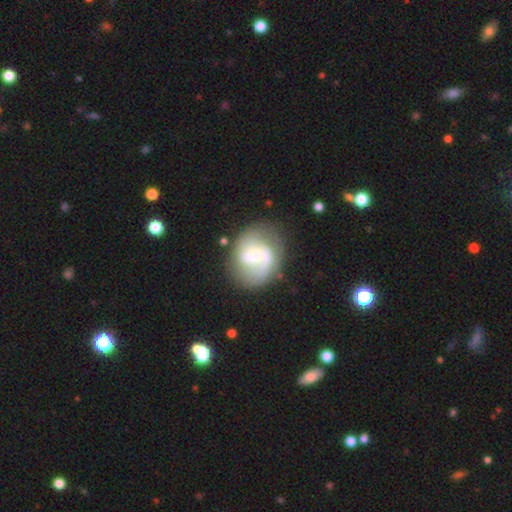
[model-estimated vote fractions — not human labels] Q: Smooth or featured?
A: featured or disk (77%); runner-up: smooth (17%)
Q: Edge-on disk?
A: no (98%); runner-up: yes (2%)
Q: Bar?
A: weak (50%); runner-up: no (36%)
Q: Spiral arms?
A: yes (92%); runner-up: no (8%)
Q: Spiral winding?
A: medium (47%); runner-up: loose (30%)
Q: Spiral arm count?
A: 2 (82%); runner-up: can't tell (8%)
Q: Bulge size?
A: small (48%); runner-up: moderate (41%)
Q: Merging?
A: none (73%); runner-up: minor disturbance (16%)